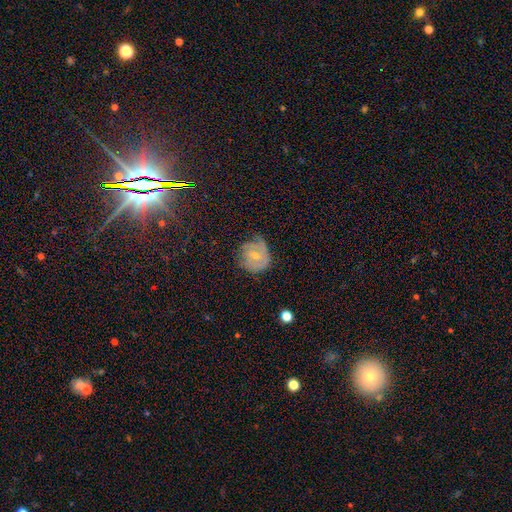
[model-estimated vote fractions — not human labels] This appears to be a featured or disk galaxy (53%) with no bar (50%), spiral arms (73%) and a small central bulge (53%). Merging: none (51%).